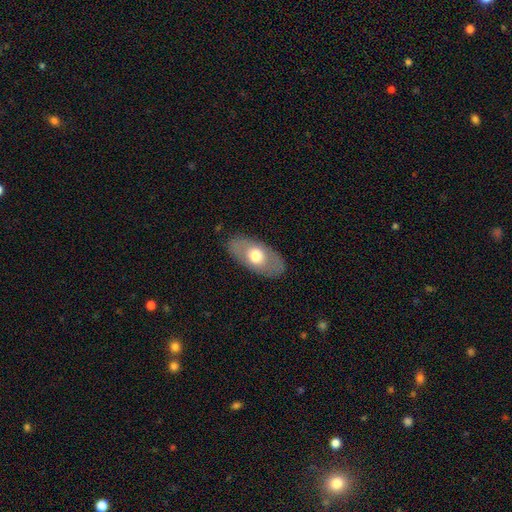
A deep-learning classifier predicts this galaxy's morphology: Q: Smooth or featured?
A: smooth (58%); runner-up: featured or disk (37%)
Q: How rounded?
A: in between (91%); runner-up: round (5%)
Q: Merging?
A: none (84%); runner-up: minor disturbance (11%)